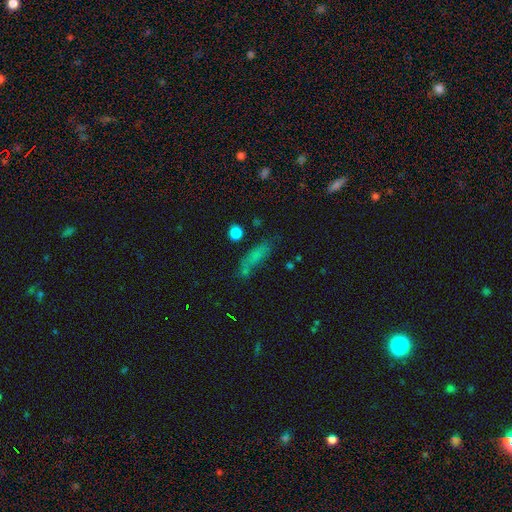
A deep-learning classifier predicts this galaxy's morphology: Overall: smooth (67%). How rounded: cigar-shaped (49%; in between 46%). Merging: none (59%; minor disturbance 21%).